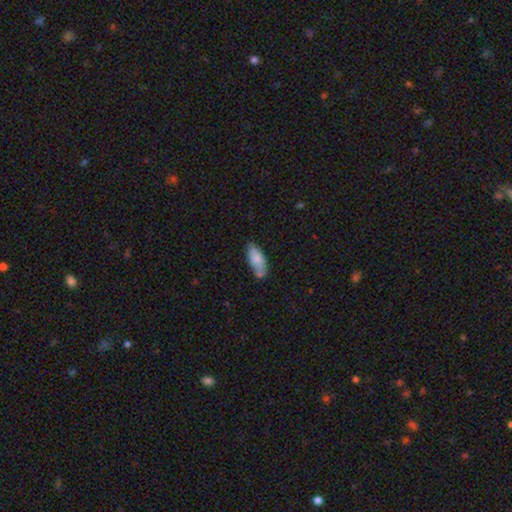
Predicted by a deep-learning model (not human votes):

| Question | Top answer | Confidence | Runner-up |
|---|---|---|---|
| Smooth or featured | smooth | 76% | featured or disk (16%) |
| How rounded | in between | 70% | cigar-shaped (28%) |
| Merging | none | 69% | minor disturbance (21%) |